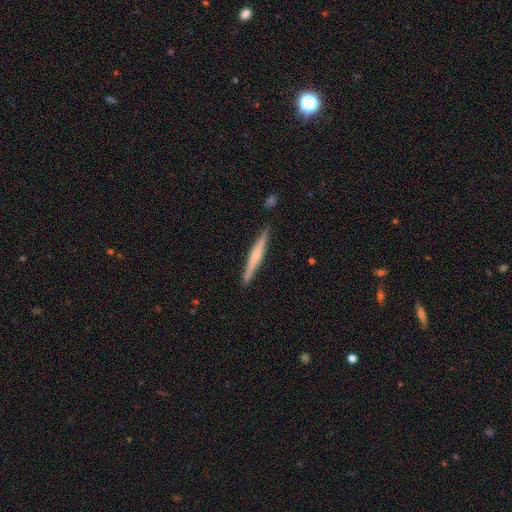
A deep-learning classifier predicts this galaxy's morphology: A featured or disk galaxy (55%) viewed edge-on (98%) with a rounded central bulge (46%).

Vote fractions:
- Smooth or featured? featured or disk: 55% / smooth: 39% / star or artifact: 5%
- Edge-on disk? yes: 98% / no: 2%
- Edge-on bulge? rounded: 46% / none: 32% / boxy: 22%
- Merging? none: 89% / minor disturbance: 8% / major disturbance: 1% / merger: 1%